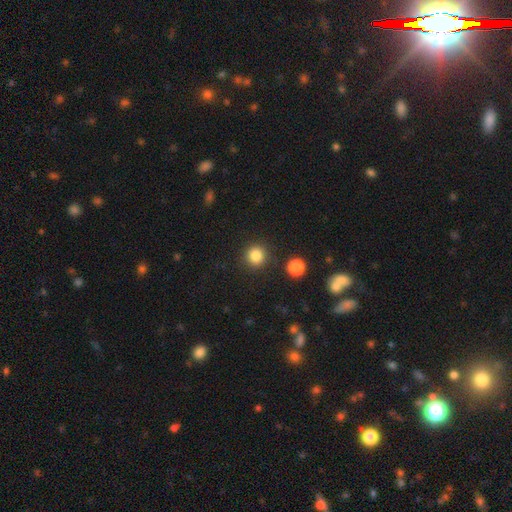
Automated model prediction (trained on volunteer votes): Smooth or featured? Predicted: smooth (p=0.84). How rounded? Predicted: round (p=0.93). Merging? Predicted: none (p=0.87).